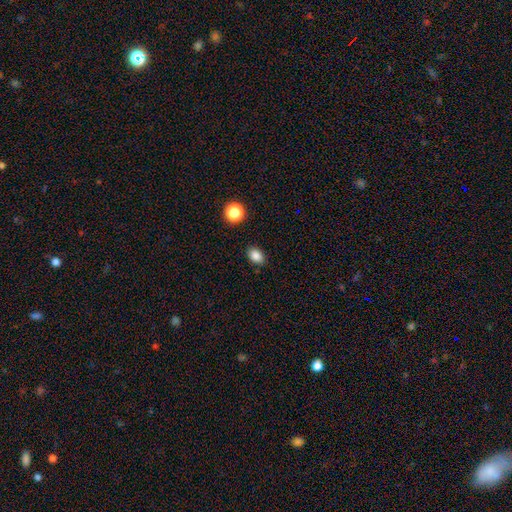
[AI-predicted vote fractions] smooth_or_featured: smooth (p=0.85) [alt: star or artifact p=0.10]
how_rounded: in between (p=0.77) [alt: round p=0.22]
merging: none (p=0.87) [alt: minor disturbance p=0.09]